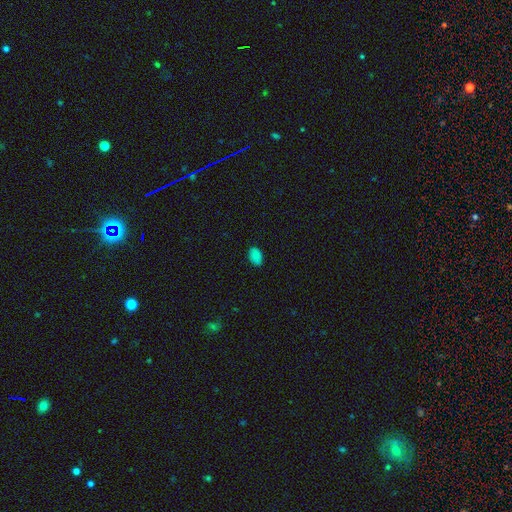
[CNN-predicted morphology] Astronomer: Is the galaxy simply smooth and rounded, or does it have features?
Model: smooth — 83%.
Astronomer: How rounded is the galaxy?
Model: in between — 90%.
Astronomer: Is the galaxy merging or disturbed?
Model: none — 85%.